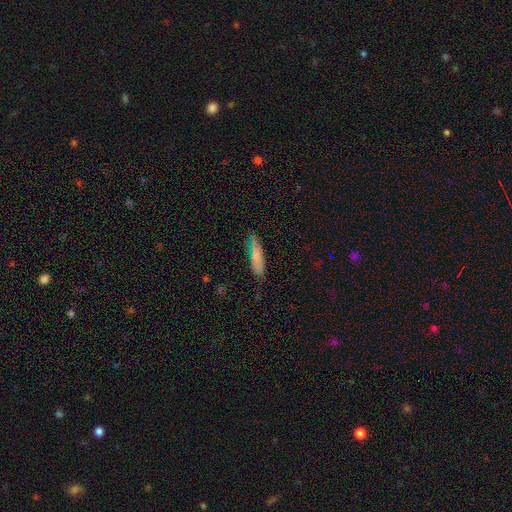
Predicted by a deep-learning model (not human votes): Smooth or featured? Predicted: smooth (p=0.76). How rounded? Predicted: cigar-shaped (p=0.74). Merging? Predicted: none (p=0.74).